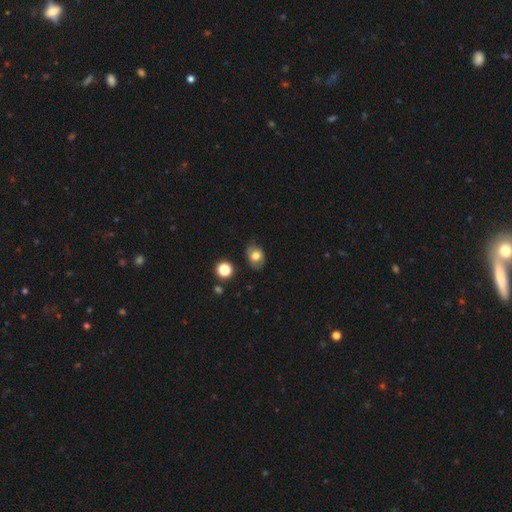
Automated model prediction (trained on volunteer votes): Smooth or featured? Predicted: smooth (p=0.72). How rounded? Predicted: in between (p=0.64). Merging? Predicted: none (p=0.73).